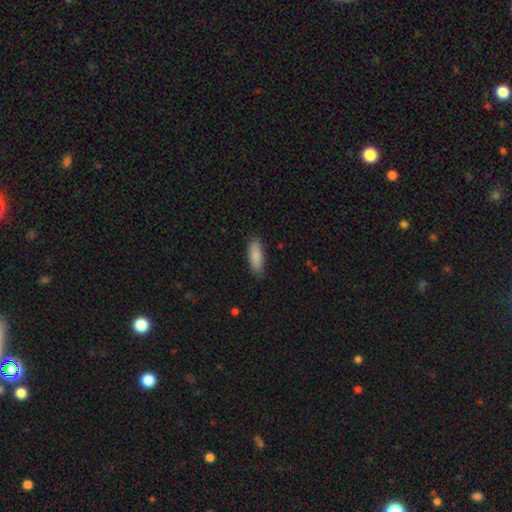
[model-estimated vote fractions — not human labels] A smooth galaxy with no disk features (88%) that is in between round and cigar-shaped (66%). Merging: none (83%).